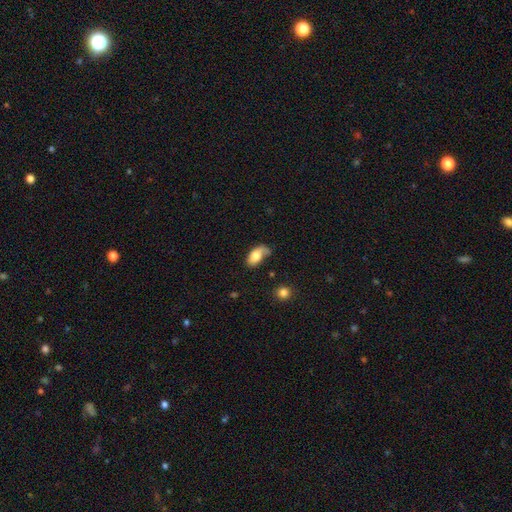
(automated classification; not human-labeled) Smooth or featured? smooth (70%)
How rounded? in between (91%)
Merging? none (40%)